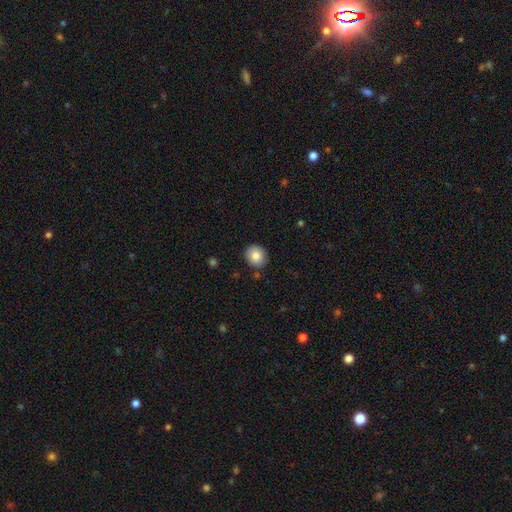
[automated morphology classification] Smooth or featured: smooth — 85% (star or artifact — 8%)
How rounded: round — 79% (in between — 20%)
Merging: none — 88% (minor disturbance — 9%)